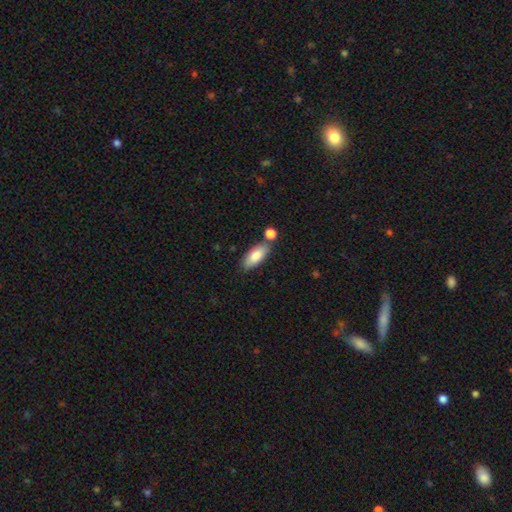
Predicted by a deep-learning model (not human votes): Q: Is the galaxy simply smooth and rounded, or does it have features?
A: smooth — 83%.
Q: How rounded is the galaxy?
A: in between — 83%.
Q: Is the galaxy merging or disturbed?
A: none — 71%.